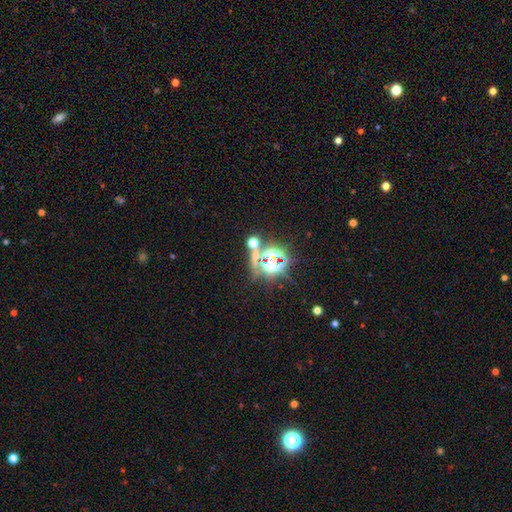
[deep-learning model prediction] Smooth or featured: star or artifact — 65% (smooth — 24%)